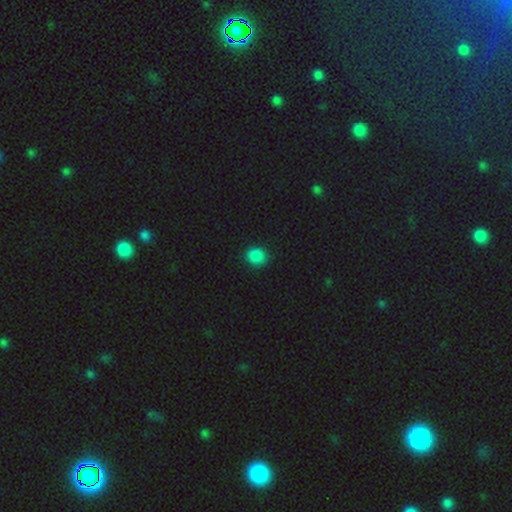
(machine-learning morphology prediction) Overall: smooth (86%). How rounded: round (75%). Merging: none (89%).